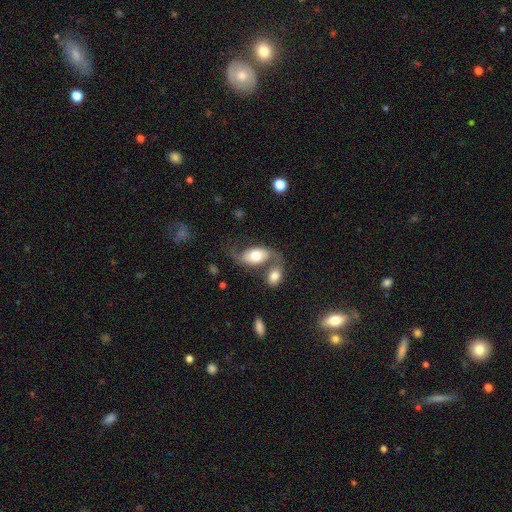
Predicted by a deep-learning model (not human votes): The model was most divided on "merging": merger: 43%, none: 31%, minor disturbance: 14%, major disturbance: 12%. More confident: edge-on disk — no (94%); spiral arms — yes (80%); bar — no (69%); smooth or featured — featured or disk (55%); bulge size — moderate (55%).